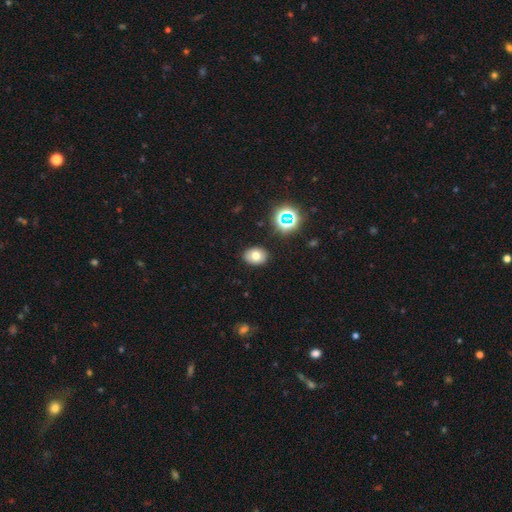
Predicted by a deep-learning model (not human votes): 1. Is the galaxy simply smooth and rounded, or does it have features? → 73% smooth, 14% star or artifact, 13% featured or disk.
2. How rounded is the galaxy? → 63% in between, 36% round, 1% cigar-shaped.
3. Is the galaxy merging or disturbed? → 88% none, 9% minor disturbance, 2% major disturbance, 2% merger.